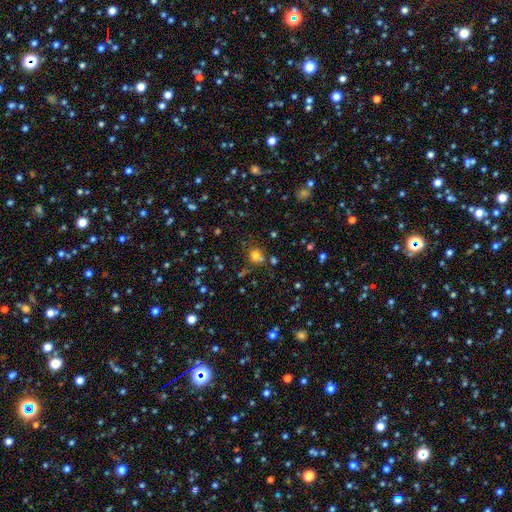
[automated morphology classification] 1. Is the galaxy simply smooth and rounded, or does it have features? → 72% smooth, 20% star or artifact, 8% featured or disk.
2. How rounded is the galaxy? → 80% round, 19% in between, 1% cigar-shaped.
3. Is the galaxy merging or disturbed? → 67% none, 15% merger, 13% minor disturbance, 5% major disturbance.